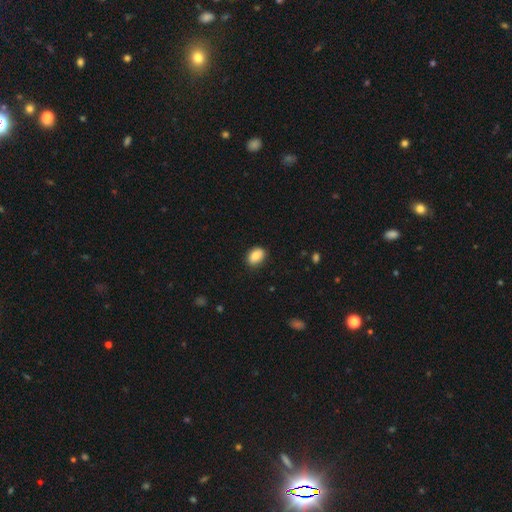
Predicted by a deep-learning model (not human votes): Smooth or featured: smooth — 84% (featured or disk — 8%)
How rounded: in between — 77% (round — 22%)
Merging: none — 87% (minor disturbance — 10%)